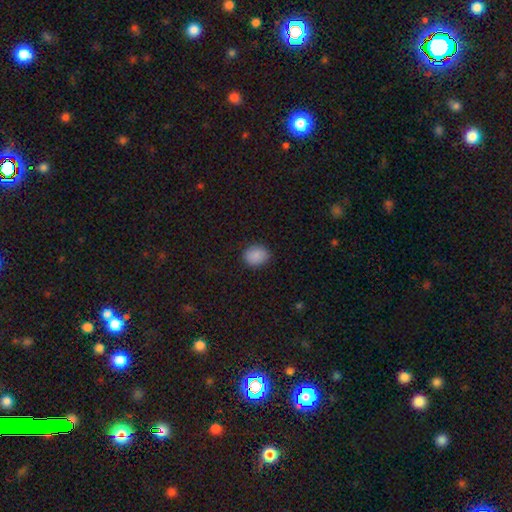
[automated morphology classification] Overall: smooth (88%). How rounded: round (55%; in between 44%). Merging: none (86%).